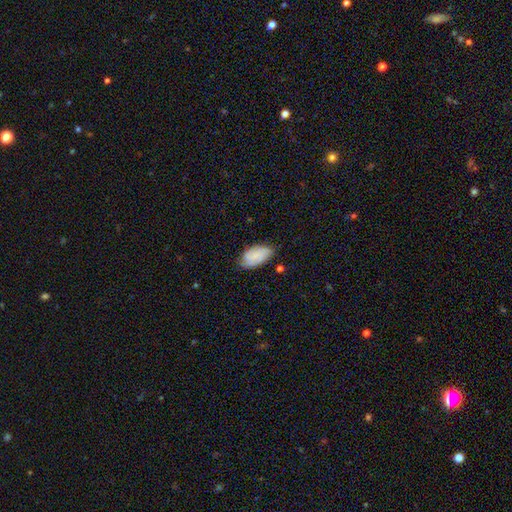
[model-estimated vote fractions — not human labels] This appears to be a smooth galaxy with no disk features (71%) that is in between round and cigar-shaped (94%). Merging: none (68%).